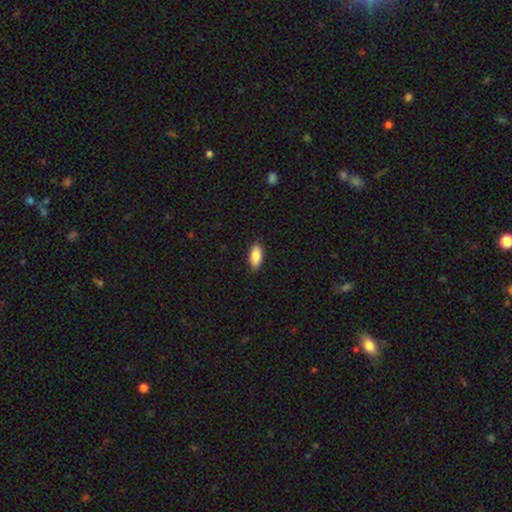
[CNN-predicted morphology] A smooth galaxy with no disk features (87%) that is in between round and cigar-shaped (85%). Merging: none (87%).